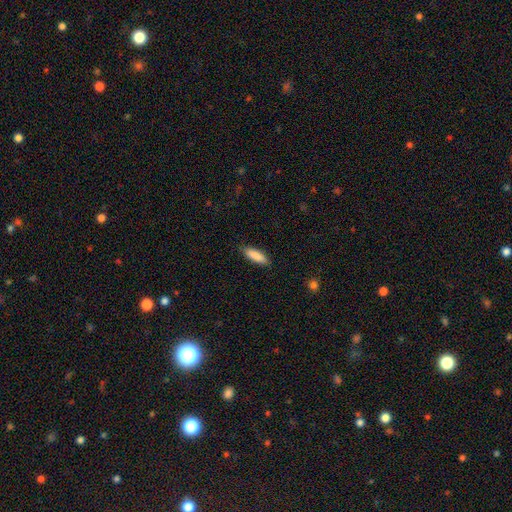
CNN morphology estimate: smooth_or_featured: smooth (p=0.87) [alt: featured or disk p=0.07]
how_rounded: cigar-shaped (p=0.52) [alt: in between p=0.46]
merging: none (p=0.87) [alt: minor disturbance p=0.10]